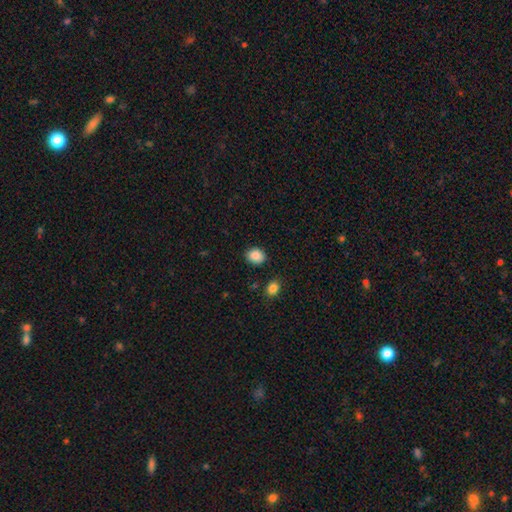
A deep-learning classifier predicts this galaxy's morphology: type=smooth (88%); roundness=round (56%); merging=none (85%).